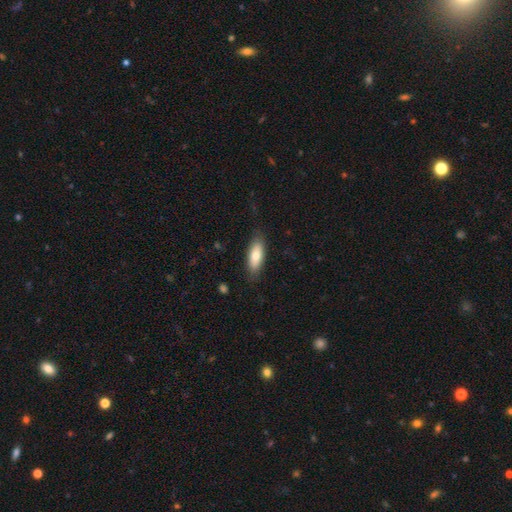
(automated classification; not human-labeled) A smooth galaxy with no disk features (75%) that is in between round and cigar-shaped (75%).

Vote fractions:
- Smooth or featured? smooth: 75% / featured or disk: 18% / star or artifact: 6%
- How rounded? in between: 75% / cigar-shaped: 23% / round: 2%
- Merging? none: 81% / minor disturbance: 14% / major disturbance: 4% / merger: 1%